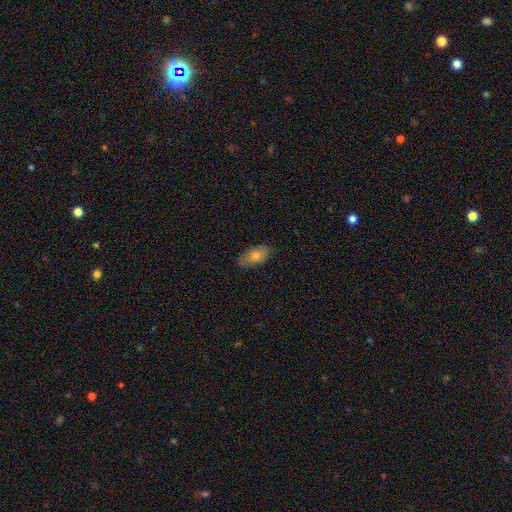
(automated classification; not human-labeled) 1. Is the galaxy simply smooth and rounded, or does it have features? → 71% smooth, 21% featured or disk, 7% star or artifact.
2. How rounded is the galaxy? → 90% in between, 6% cigar-shaped, 3% round.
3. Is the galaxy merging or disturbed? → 83% none, 14% minor disturbance, 2% major disturbance, 1% merger.